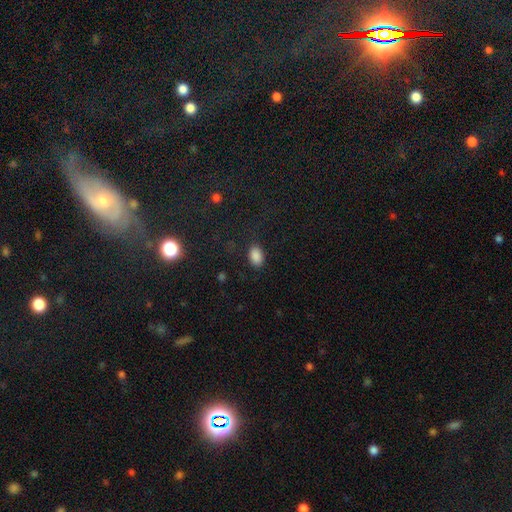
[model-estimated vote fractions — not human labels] Overall: smooth (86%). How rounded: in between (86%). Merging: none (83%).